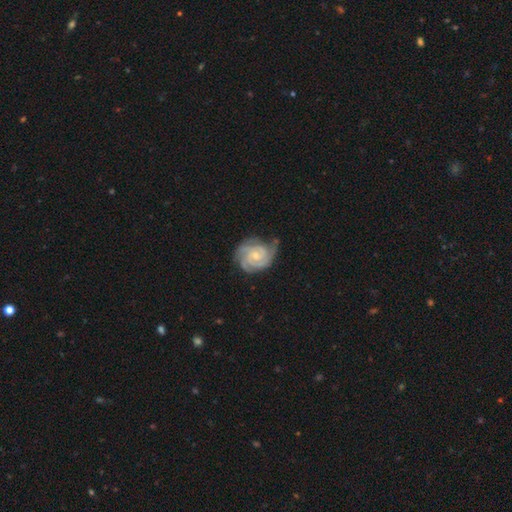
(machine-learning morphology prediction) This is clearly a featured or disk galaxy (89%). It is clearly not viewed edge-on (98%). Bar: likely no (67%). Spiral arm pattern: clearly yes (98%). Spiral arm count: marginally 3 (42%). Spiral winding: likely tight (73%). Central bulge: possibly small (60%). Merging: likely none (66%).